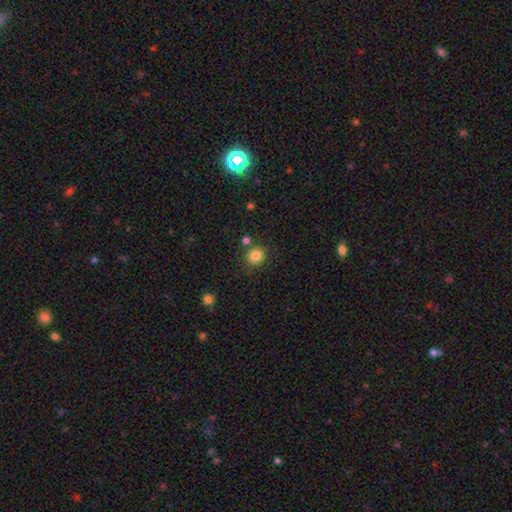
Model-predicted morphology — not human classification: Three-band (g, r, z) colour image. It shows a smooth galaxy with no disk features (83%) that is round (80%). Merging: none (81%).